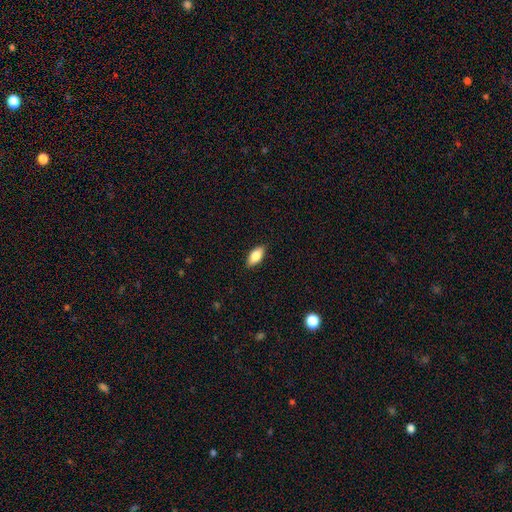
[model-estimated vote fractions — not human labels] Smooth or featured? Predicted: smooth (p=0.79). How rounded? Predicted: in between (p=0.86). Merging? Predicted: none (p=0.87).